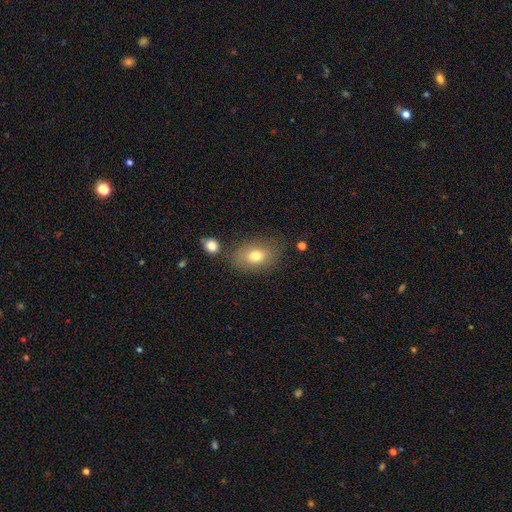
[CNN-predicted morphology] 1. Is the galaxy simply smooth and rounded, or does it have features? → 75% smooth, 15% featured or disk, 10% star or artifact.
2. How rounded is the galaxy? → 79% in between, 19% round, 1% cigar-shaped.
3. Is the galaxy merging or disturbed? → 74% none, 15% minor disturbance, 6% merger, 5% major disturbance.